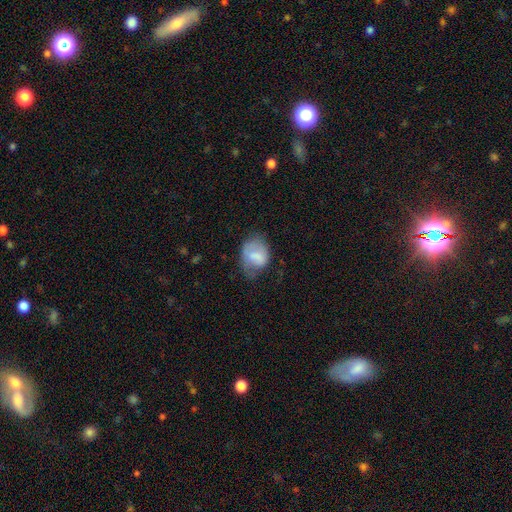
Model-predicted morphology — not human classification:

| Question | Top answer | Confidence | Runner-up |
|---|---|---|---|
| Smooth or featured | smooth | 65% | featured or disk (27%) |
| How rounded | in between | 60% | round (39%) |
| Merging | none | 36% | tied: minor disturbance (36%) |